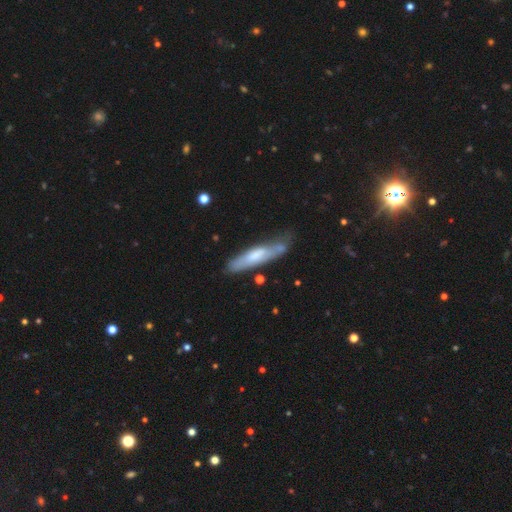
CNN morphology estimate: Smooth or featured: smooth — 52% (featured or disk — 42%)
How rounded: cigar-shaped — 79% (in between — 20%)
Merging: none — 53% (minor disturbance — 29%)